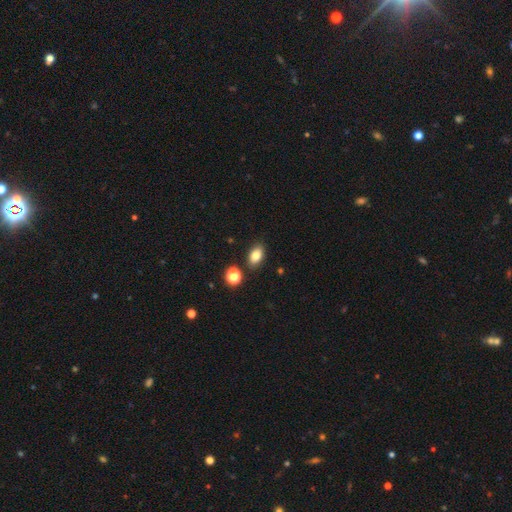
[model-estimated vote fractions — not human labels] Q: Smooth or featured?
A: smooth (81%); runner-up: star or artifact (11%)
Q: How rounded?
A: in between (86%); runner-up: round (12%)
Q: Merging?
A: none (82%); runner-up: minor disturbance (10%)